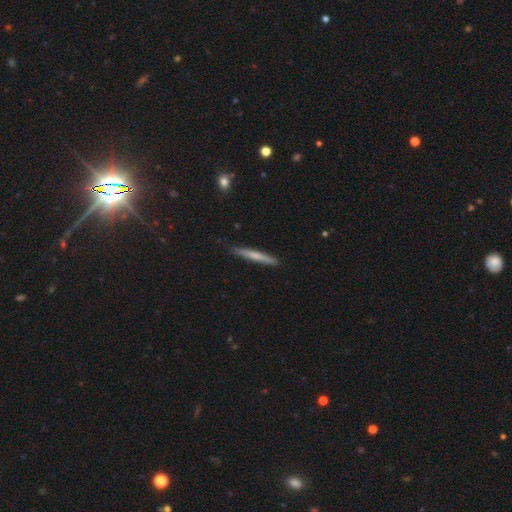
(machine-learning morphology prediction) Smooth or featured?
  - smooth: 57% *
  - featured or disk: 37%
  - star or artifact: 6%
How rounded?
  - cigar-shaped: 96% *
  - in between: 3%
  - round: 1%
Merging?
  - none: 88% *
  - minor disturbance: 10%
  - major disturbance: 1%
  - merger: 1%